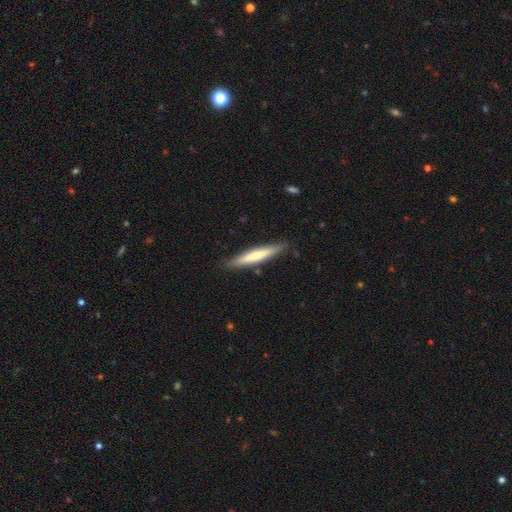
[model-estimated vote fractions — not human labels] Smooth or featured? smooth (60%)
How rounded? cigar-shaped (92%)
Merging? none (87%)